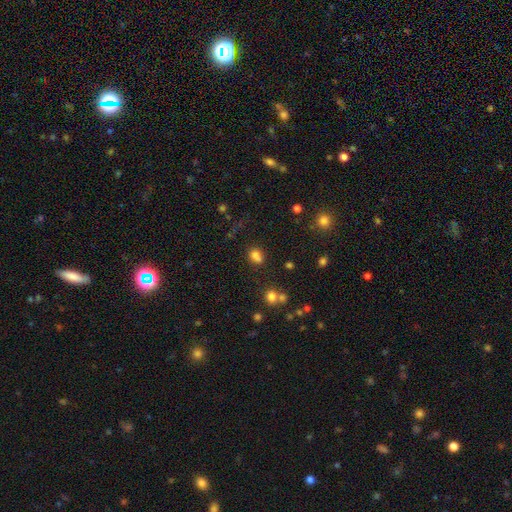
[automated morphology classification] This appears to be a smooth galaxy with no disk features (75%) that is in between round and cigar-shaped (52%). Merging: none (52%).